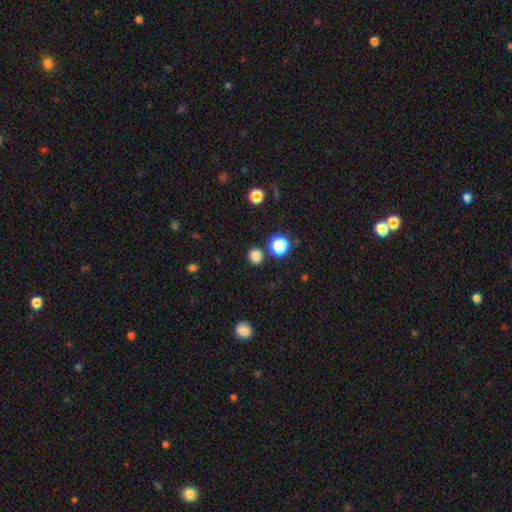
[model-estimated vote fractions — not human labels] Overall: smooth (81%). How rounded: round (88%). Merging: none (87%).